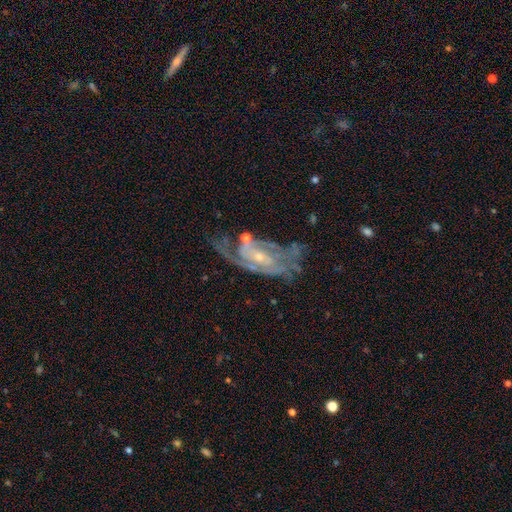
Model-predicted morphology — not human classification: Smooth or featured?
  - featured or disk: 76% *
  - star or artifact: 13%
  - smooth: 11%
Edge-on disk?
  - no: 90% *
  - yes: 10%
Bar?
  - no: 44% *
  - weak: 42%
  - strong: 14%
Spiral arms?
  - yes: 84% *
  - no: 16%
Spiral winding?
  - tight: 45% *
  - medium: 39%
  - loose: 16%
Spiral arm count?
  - can't tell: 39% *
  - 2: 32%
  - 3: 13%
  - 1: 6%
  - 4: 6%
  - more than 4: 5%
Bulge size?
  - small: 65% *
  - moderate: 28%
  - none: 5%
  - large: 2%
  - dominant: 1%
Merging?
  - none: 57% *
  - minor disturbance: 21%
  - major disturbance: 17%
  - merger: 6%